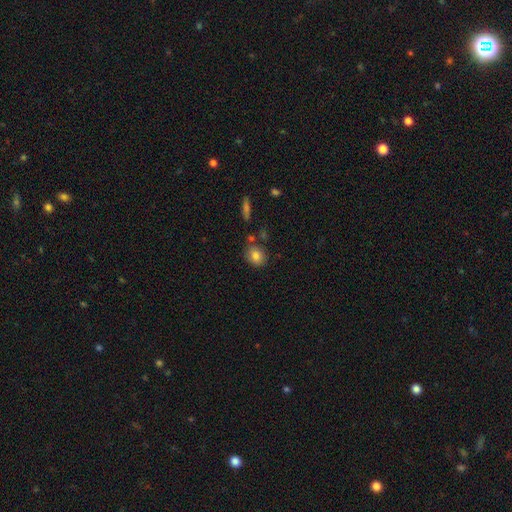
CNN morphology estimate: Smooth or featured?
  - smooth: 81% *
  - star or artifact: 10%
  - featured or disk: 9%
How rounded?
  - round: 59% *
  - in between: 39%
  - cigar-shaped: 2%
Merging?
  - none: 73% *
  - minor disturbance: 14%
  - merger: 10%
  - major disturbance: 3%